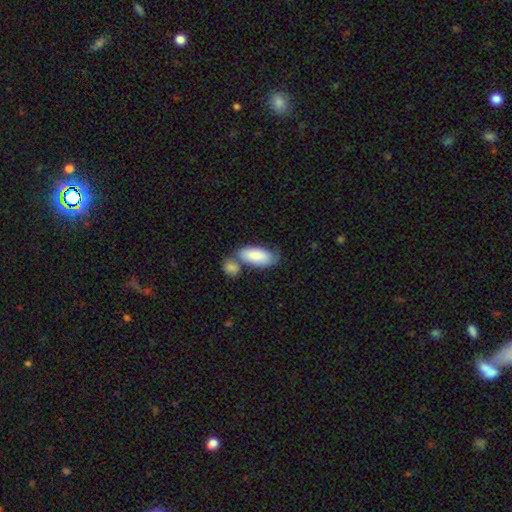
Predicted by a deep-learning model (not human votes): A smooth galaxy with no disk features (82%) that is in between round and cigar-shaped (89%). Merging: merger (41%).